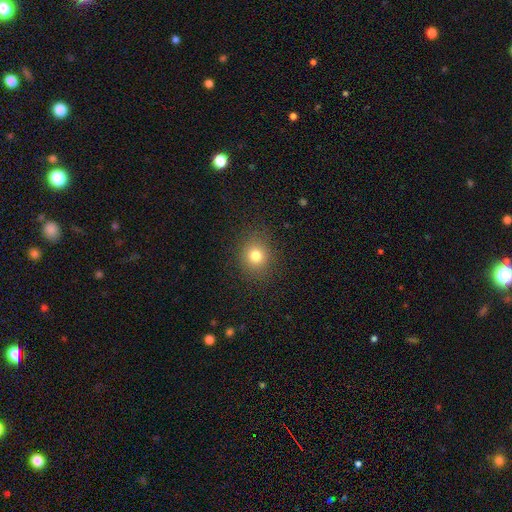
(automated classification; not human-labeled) Smooth or featured: smooth — 78% (star or artifact — 14%)
How rounded: round — 79% (in between — 20%)
Merging: none — 89% (minor disturbance — 7%)